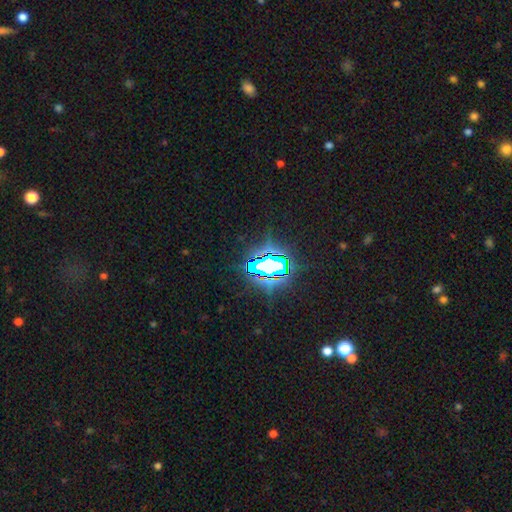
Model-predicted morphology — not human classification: Smooth or featured?
  - star or artifact: 82% *
  - smooth: 10%
  - featured or disk: 8%